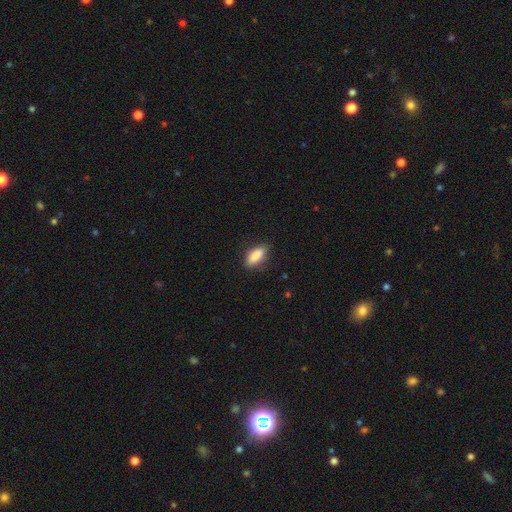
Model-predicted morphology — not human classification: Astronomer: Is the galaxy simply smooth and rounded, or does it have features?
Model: smooth — 86%.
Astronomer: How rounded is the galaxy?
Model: in between — 78%.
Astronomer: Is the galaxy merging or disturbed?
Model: none — 83%.